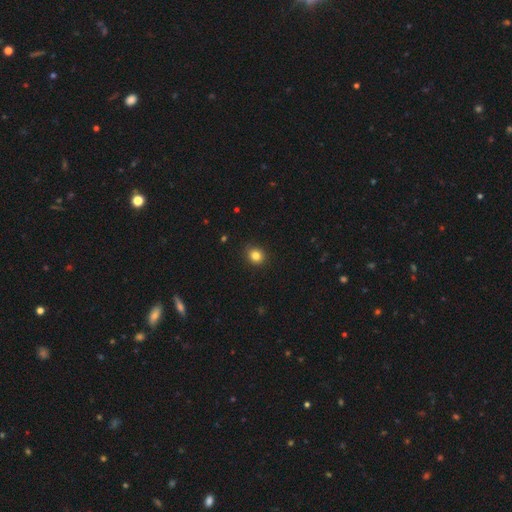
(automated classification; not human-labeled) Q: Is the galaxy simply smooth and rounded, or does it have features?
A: smooth — 83%.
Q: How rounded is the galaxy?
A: round — 79%.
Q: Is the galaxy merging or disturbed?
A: none — 89%.